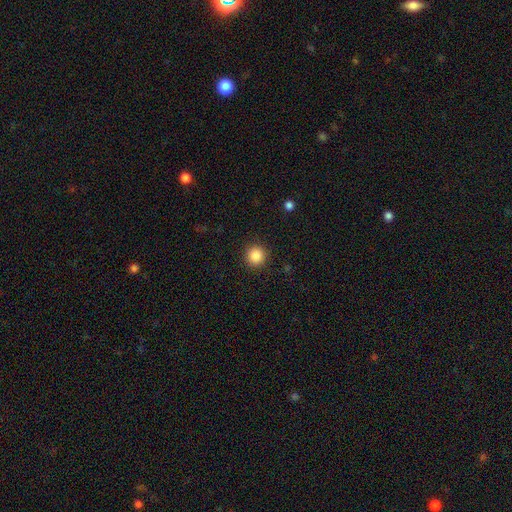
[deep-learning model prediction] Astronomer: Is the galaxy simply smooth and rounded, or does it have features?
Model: smooth — 86%.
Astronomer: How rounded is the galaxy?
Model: round — 95%.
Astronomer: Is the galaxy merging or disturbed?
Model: none — 91%.